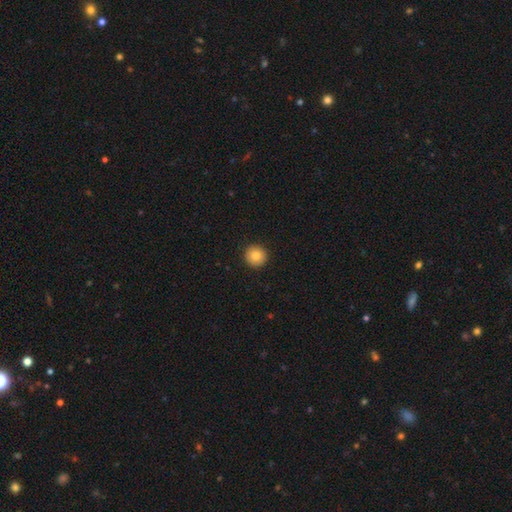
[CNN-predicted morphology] smooth 83%, star or artifact 9%, featured or disk 9%. Down the decision tree: how rounded — round (95%); merging — none (93%).